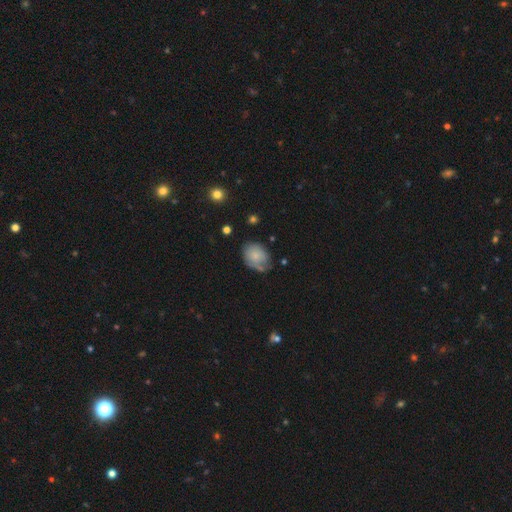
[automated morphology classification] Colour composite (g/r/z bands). It shows a smooth galaxy with no disk features (72%) that is in between round and cigar-shaped (64%). Merging: none (50%).